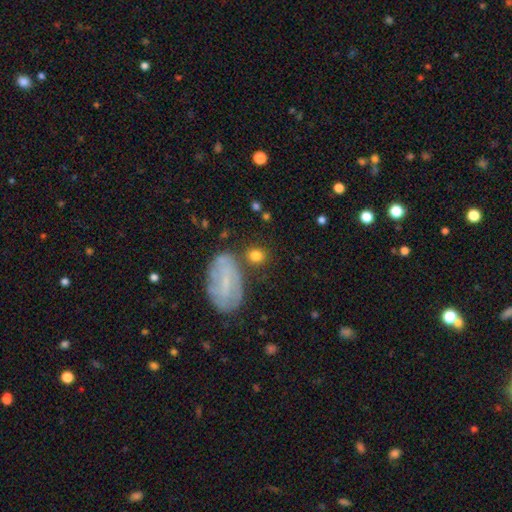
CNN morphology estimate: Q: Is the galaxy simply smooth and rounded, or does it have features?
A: smooth — 78%.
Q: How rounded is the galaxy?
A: round — 68%.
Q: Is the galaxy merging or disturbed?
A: none — 72%.